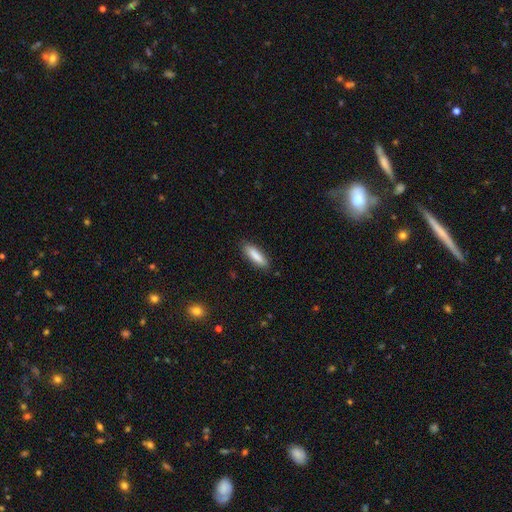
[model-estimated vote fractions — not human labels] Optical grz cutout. It shows a smooth galaxy with no disk features (86%) that is cigar-shaped (59%). Merging: none (86%).